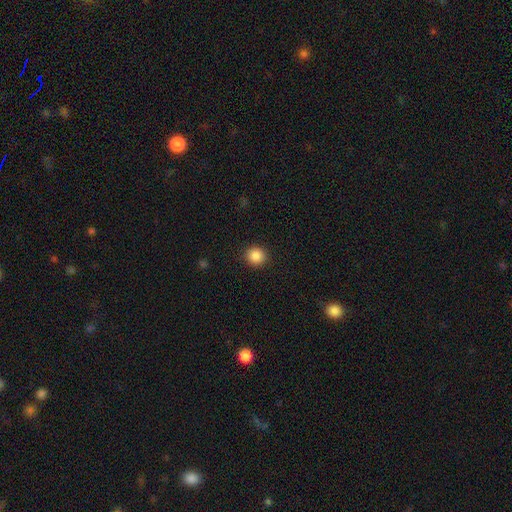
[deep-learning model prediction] Q: Smooth or featured?
A: smooth (87%); runner-up: star or artifact (10%)
Q: How rounded?
A: round (90%); runner-up: in between (9%)
Q: Merging?
A: none (91%); runner-up: minor disturbance (6%)